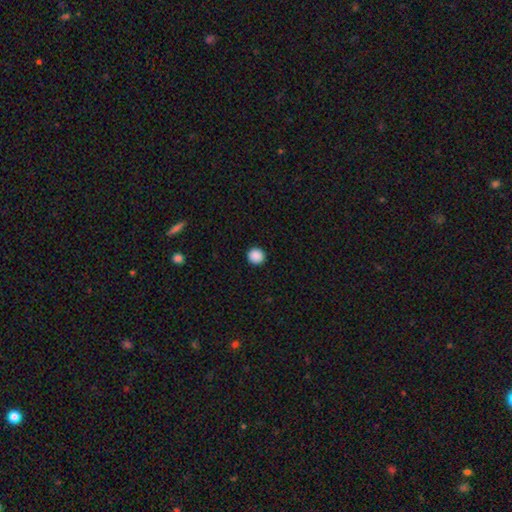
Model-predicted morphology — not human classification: Overall: smooth (89%). How rounded: round (94%). Merging: none (93%).